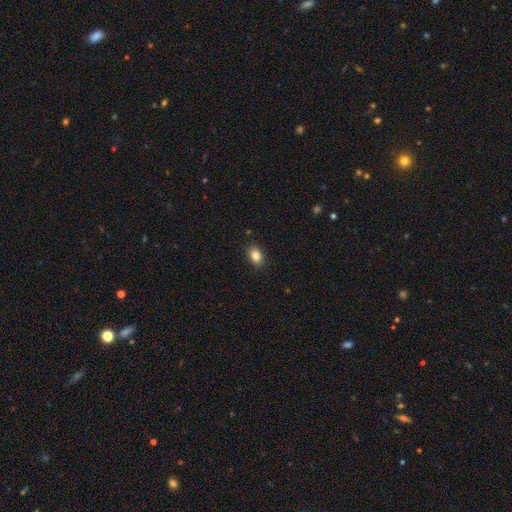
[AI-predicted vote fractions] smooth-or-featured: smooth: 84% | star or artifact: 9% | featured or disk: 6%
  how-rounded: in between: 78% | round: 20% | cigar-shaped: 1%
  merging: none: 88% | minor disturbance: 9% | major disturbance: 2% | merger: 1%